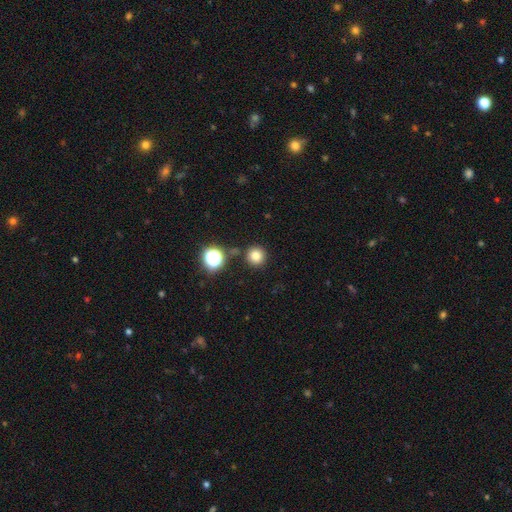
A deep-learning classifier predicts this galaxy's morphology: smooth 78%, star or artifact 16%, featured or disk 6%. Down the decision tree: how rounded — round (95%); merging — none (85%).